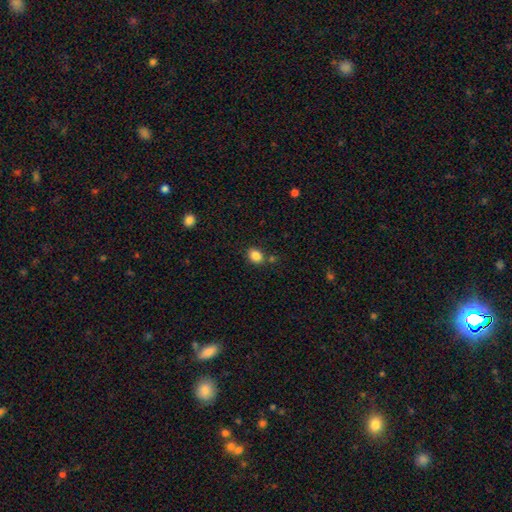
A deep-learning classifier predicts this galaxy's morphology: Smooth or featured: smooth — 86% (star or artifact — 10%)
How rounded: in between — 58% (round — 41%)
Merging: none — 75% (minor disturbance — 12%)